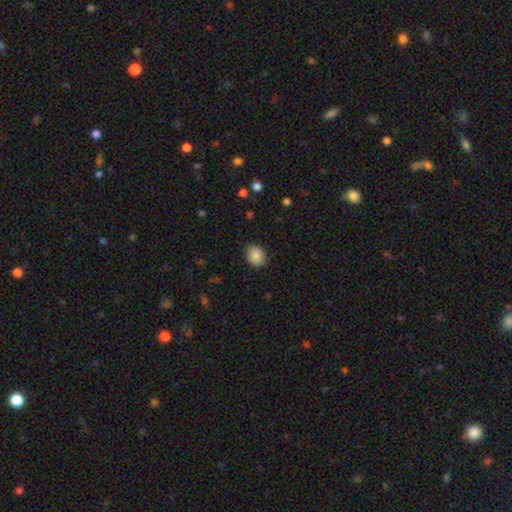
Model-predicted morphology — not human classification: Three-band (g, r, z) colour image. It shows a smooth galaxy with no disk features (87%) that is round (55%). Merging: none (88%).